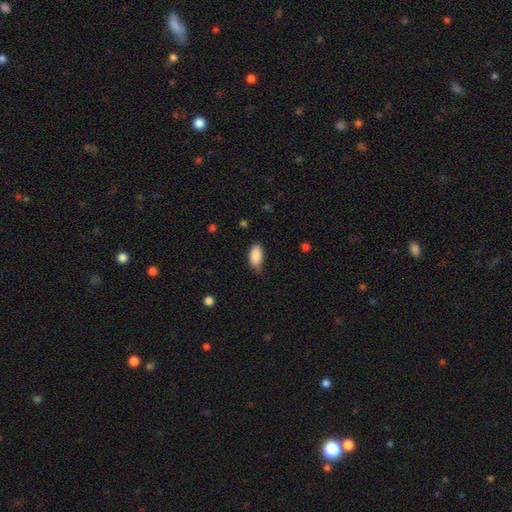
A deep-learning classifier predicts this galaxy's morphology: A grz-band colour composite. It shows a smooth galaxy with no disk features (88%) that is in between round and cigar-shaped (93%). Merging: none (62%).